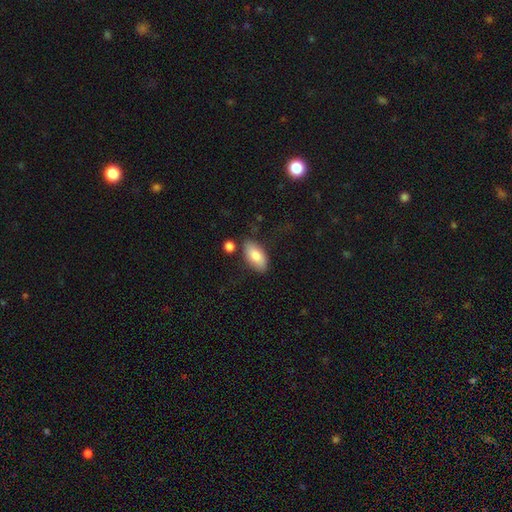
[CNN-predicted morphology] smooth 80%, featured or disk 13%, star or artifact 6%. Down the decision tree: how rounded — in between (92%); merging — none (78%).